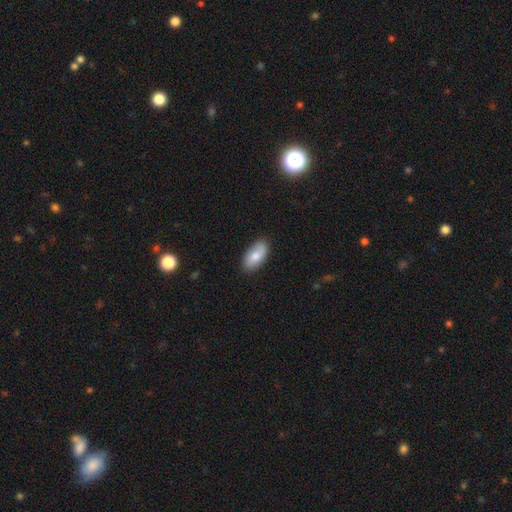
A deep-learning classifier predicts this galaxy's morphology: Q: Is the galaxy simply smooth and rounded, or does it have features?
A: smooth — 78%.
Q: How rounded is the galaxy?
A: in between — 94%.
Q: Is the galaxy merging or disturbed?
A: none — 83%.